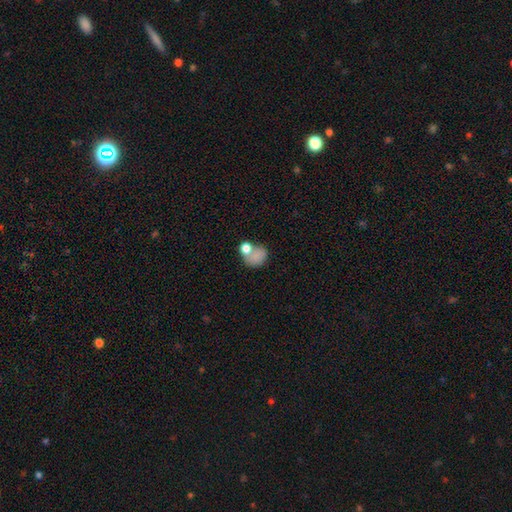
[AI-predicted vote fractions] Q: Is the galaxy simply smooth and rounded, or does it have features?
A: smooth — 77%.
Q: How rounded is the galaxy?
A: round — 61%.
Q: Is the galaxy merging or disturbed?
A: none — 37%.